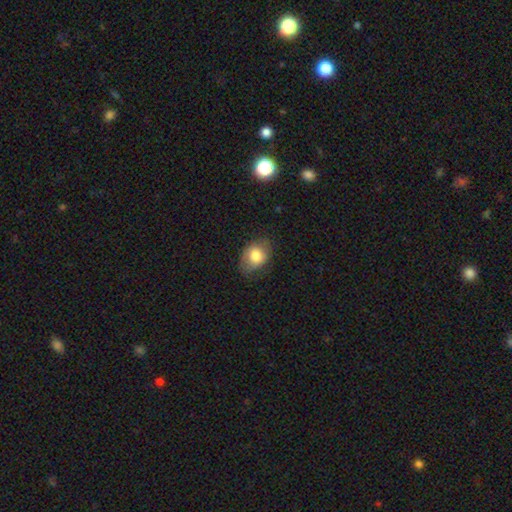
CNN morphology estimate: Smooth or featured? Predicted: smooth (p=0.77). How rounded? Predicted: in between (p=0.73). Merging? Predicted: none (p=0.70).